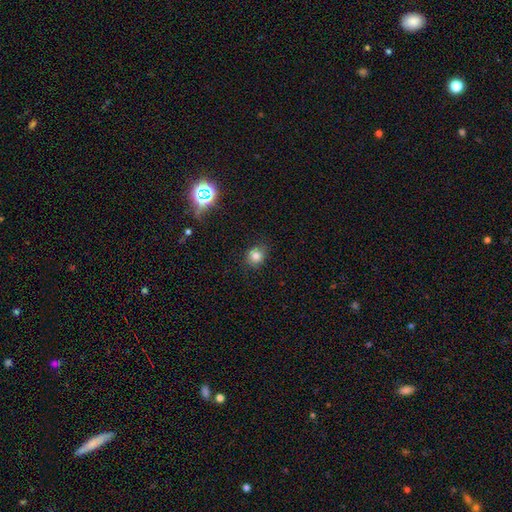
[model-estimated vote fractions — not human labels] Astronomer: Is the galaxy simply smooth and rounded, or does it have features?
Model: smooth — 81%.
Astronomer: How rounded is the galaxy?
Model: round — 78%.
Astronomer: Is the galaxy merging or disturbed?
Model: none — 83%.